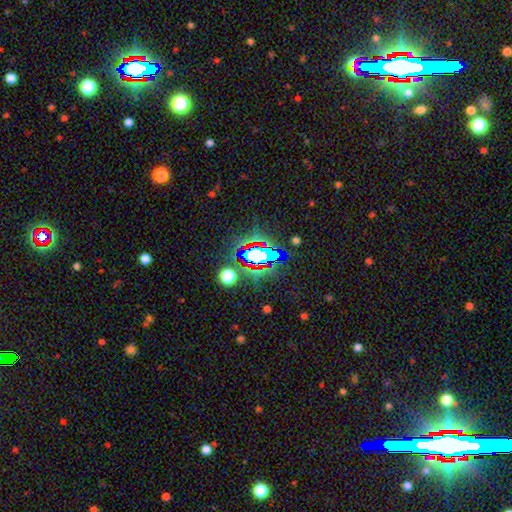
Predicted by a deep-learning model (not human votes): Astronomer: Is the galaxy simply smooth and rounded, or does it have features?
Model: star or artifact — 65%.